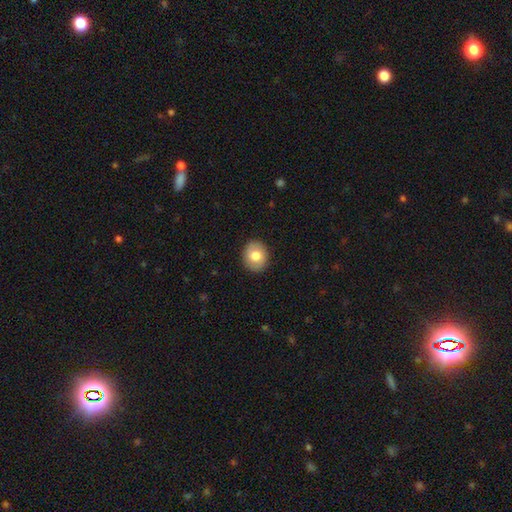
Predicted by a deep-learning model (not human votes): The model was most divided on "how rounded": round: 65%, in between: 34%, cigar-shaped: 1%. More confident: merging — none (89%); smooth or featured — smooth (74%).